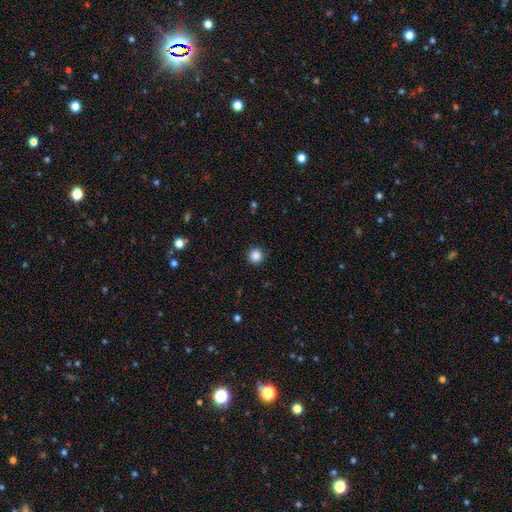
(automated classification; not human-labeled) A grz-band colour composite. It shows a smooth galaxy with no disk features (86%) that is round (96%). Merging: none (92%).